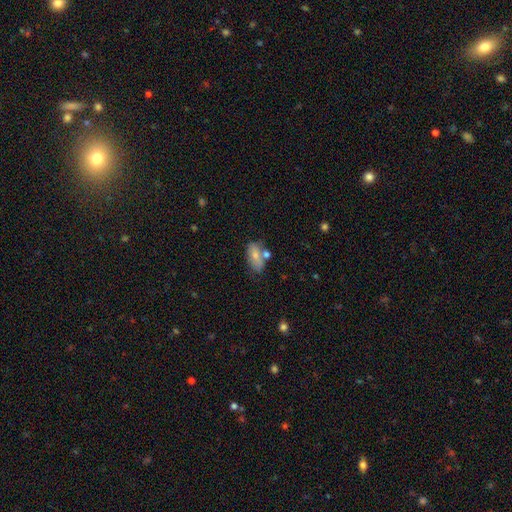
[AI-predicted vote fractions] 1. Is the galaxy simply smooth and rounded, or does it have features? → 72% smooth, 21% featured or disk, 8% star or artifact.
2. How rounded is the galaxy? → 87% in between, 7% cigar-shaped, 6% round.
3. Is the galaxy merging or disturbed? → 54% none, 22% merger, 19% minor disturbance, 6% major disturbance.